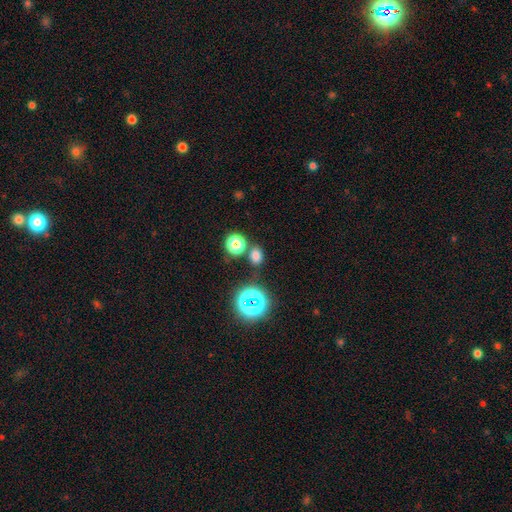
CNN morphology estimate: type=smooth (68%); roundness=in between (57%); merging=none (77%).